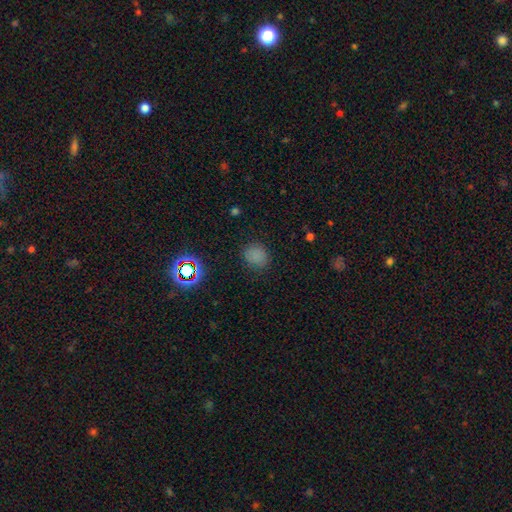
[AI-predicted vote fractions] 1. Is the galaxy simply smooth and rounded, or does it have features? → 75% smooth, 20% star or artifact, 5% featured or disk.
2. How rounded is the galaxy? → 71% round, 28% in between, 1% cigar-shaped.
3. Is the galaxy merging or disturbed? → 82% none, 13% minor disturbance, 4% major disturbance, 1% merger.